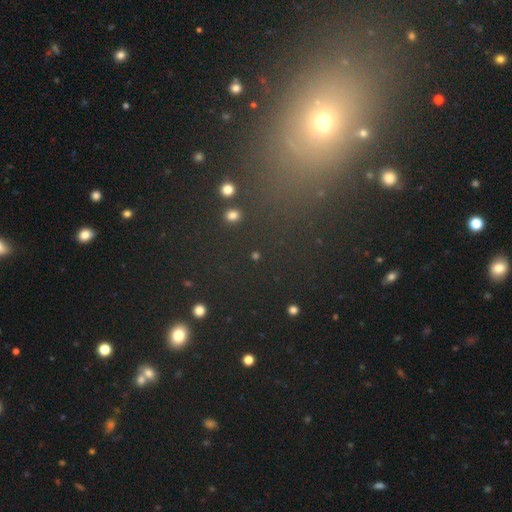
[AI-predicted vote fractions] The model was most divided on "smooth or featured": star or artifact: 46%, smooth: 45%, featured or disk: 9%.